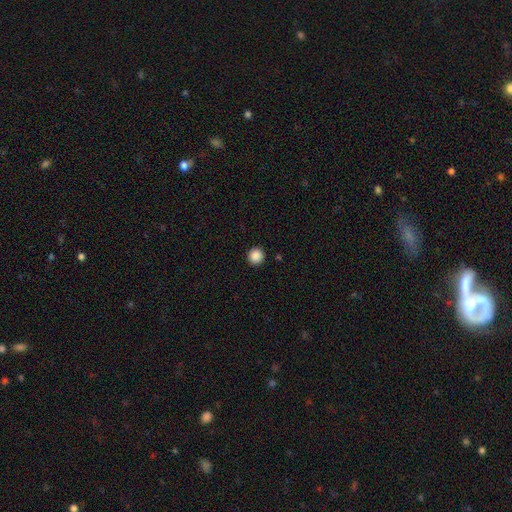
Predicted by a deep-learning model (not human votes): This is clearly a smooth galaxy (88%). How rounded: clearly round (96%). Merging: clearly none (93%).